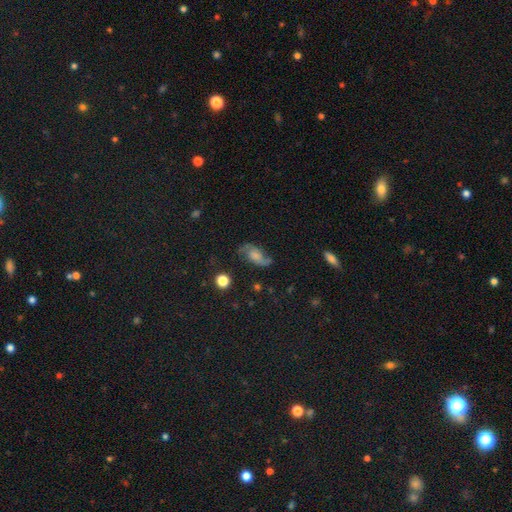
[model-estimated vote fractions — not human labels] A featured or disk galaxy (72%) with no bar (58%), 2 (91%) loose (61%) spiral arms (95%) and no central bulge (29%). Merging: none (69%).